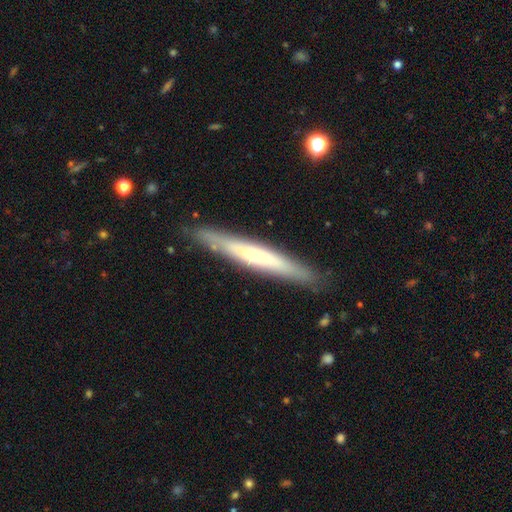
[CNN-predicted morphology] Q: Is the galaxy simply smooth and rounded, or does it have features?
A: featured or disk — 56%.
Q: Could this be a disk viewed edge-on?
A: yes — 87%.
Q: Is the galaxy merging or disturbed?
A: none — 88%.